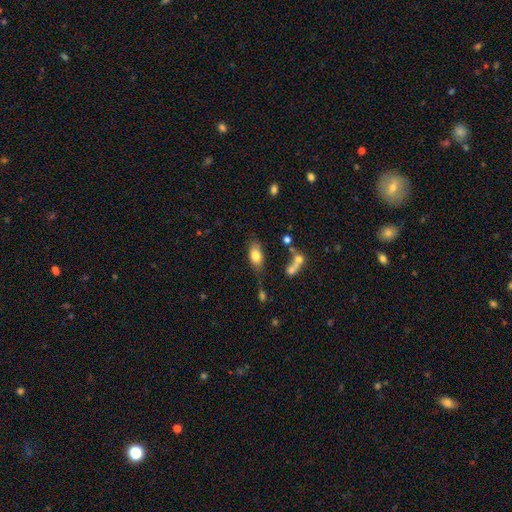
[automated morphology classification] type=smooth (79%); roundness=in between (88%); merging=none (62%).